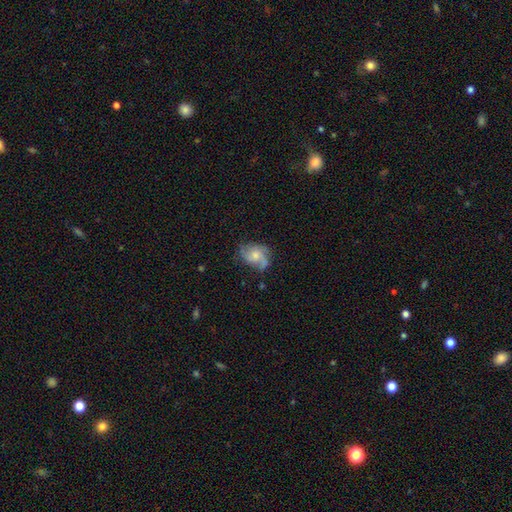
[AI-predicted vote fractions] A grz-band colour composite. It shows a featured or disk galaxy (66%) with no bar (73%), 3 (36%) medium (45%) spiral arms (90%) and a moderate central bulge (50%). Merging: none (59%).